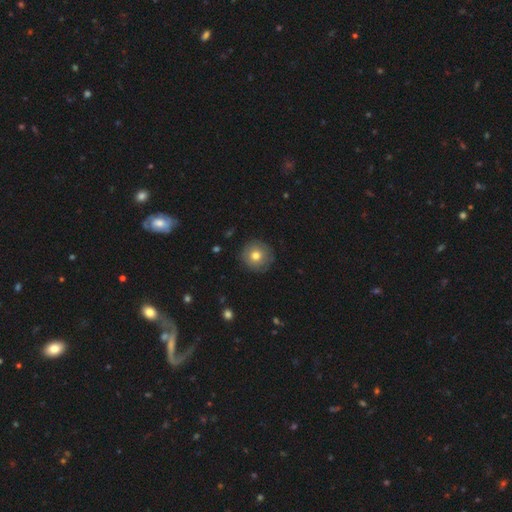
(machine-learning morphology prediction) type=smooth (74%); roundness=round (95%); merging=none (88%).